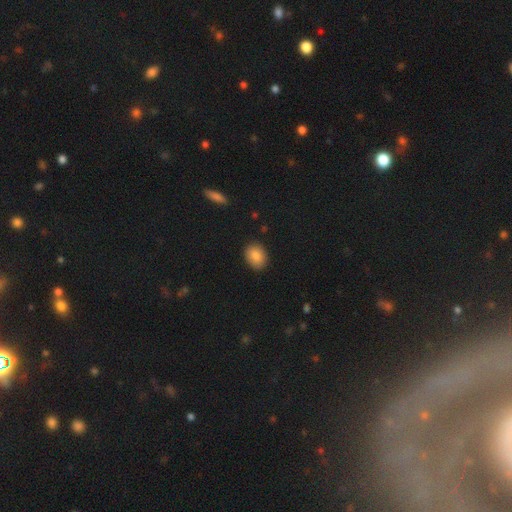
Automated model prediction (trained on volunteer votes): Morphology: type=smooth (84%); roundness=in between (63%); merging=none (88%).